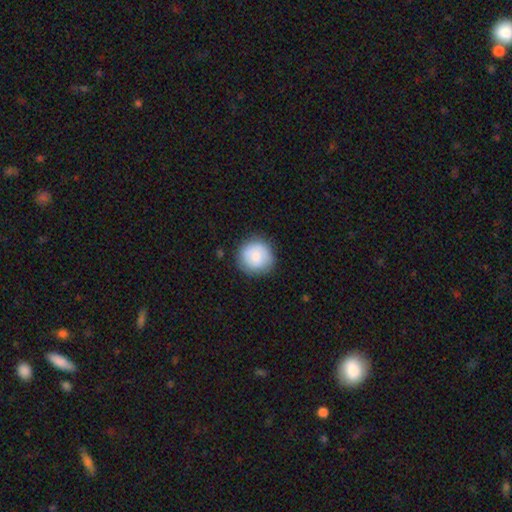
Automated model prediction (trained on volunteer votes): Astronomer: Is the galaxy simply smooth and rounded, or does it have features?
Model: smooth — 81%.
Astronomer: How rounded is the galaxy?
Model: round — 93%.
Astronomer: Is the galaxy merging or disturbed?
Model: none — 84%.